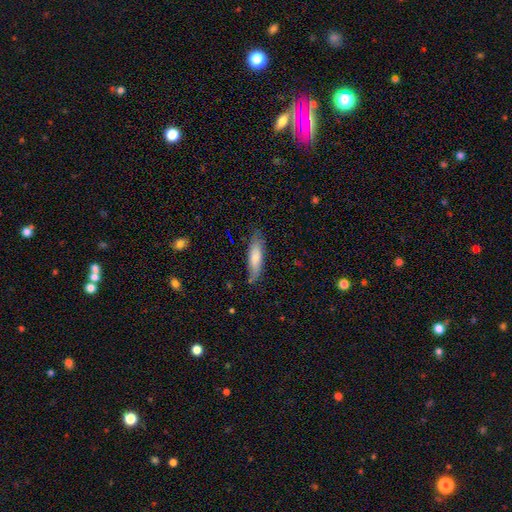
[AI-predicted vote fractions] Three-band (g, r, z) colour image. It shows a smooth galaxy with no disk features (66%) that is cigar-shaped (67%). Merging: none (78%).